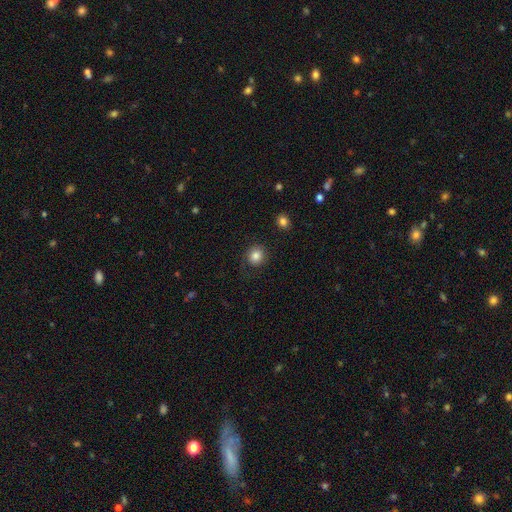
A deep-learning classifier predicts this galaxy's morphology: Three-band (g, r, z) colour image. It shows a smooth galaxy with no disk features (84%) that is round (85%). Merging: none (80%).